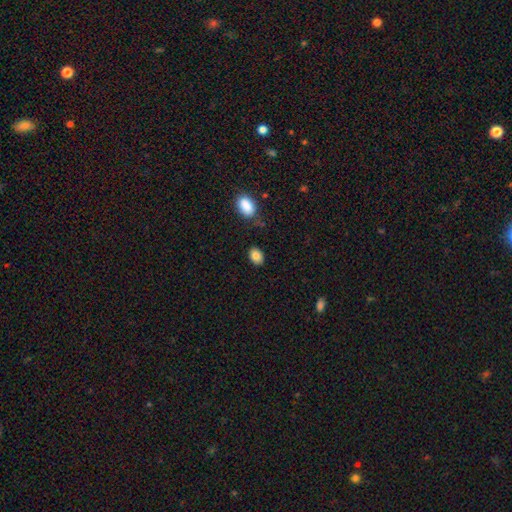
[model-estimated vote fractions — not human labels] A smooth galaxy with no disk features (85%) that is in between round and cigar-shaped (78%).

Vote fractions:
- Smooth or featured? smooth: 85% / star or artifact: 9% / featured or disk: 6%
- How rounded? in between: 78% / round: 21% / cigar-shaped: 1%
- Merging? none: 82% / minor disturbance: 12% / merger: 3% / major disturbance: 3%